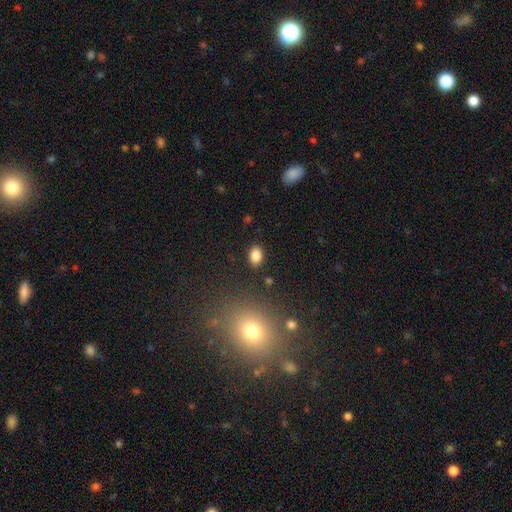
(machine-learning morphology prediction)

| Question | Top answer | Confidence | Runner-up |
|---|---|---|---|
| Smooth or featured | smooth | 85% | star or artifact (10%) |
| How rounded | in between | 76% | round (23%) |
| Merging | none | 86% | minor disturbance (9%) |